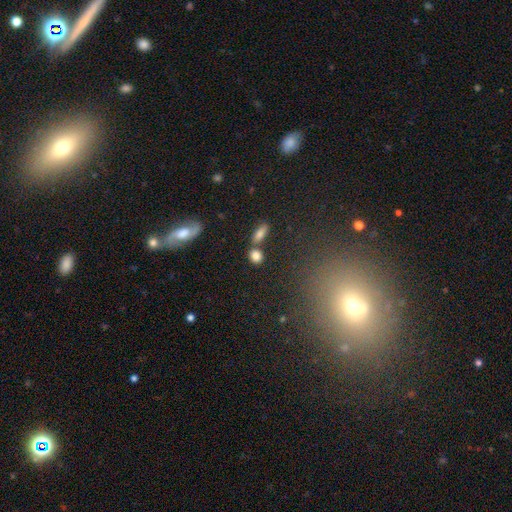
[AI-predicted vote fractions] smooth-or-featured: smooth: 82% | star or artifact: 10% | featured or disk: 8%
  how-rounded: round: 57% | in between: 37% | cigar-shaped: 6%
  merging: none: 64% | merger: 23% | minor disturbance: 10% | major disturbance: 4%